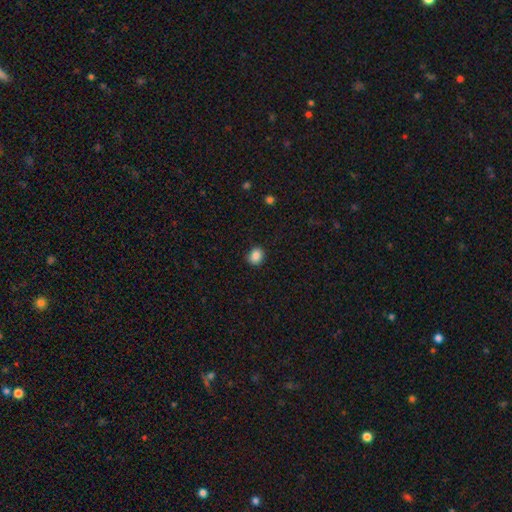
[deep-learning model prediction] Overall: smooth (87%). How rounded: round (68%; in between 31%). Merging: none (87%).